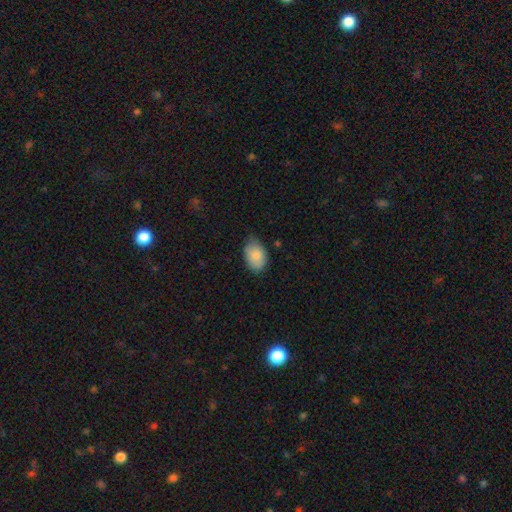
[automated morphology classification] Smooth or featured?
  - smooth: 83% *
  - featured or disk: 10%
  - star or artifact: 7%
How rounded?
  - in between: 85% *
  - round: 14%
  - cigar-shaped: 1%
Merging?
  - none: 61% *
  - minor disturbance: 33%
  - major disturbance: 5%
  - merger: 1%